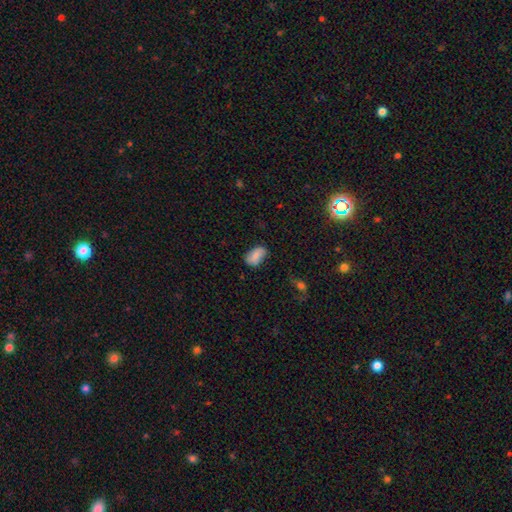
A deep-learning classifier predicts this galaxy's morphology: smooth 75%, featured or disk 17%, star or artifact 8%. Down the decision tree: how rounded — in between (91%); merging — none (73%).